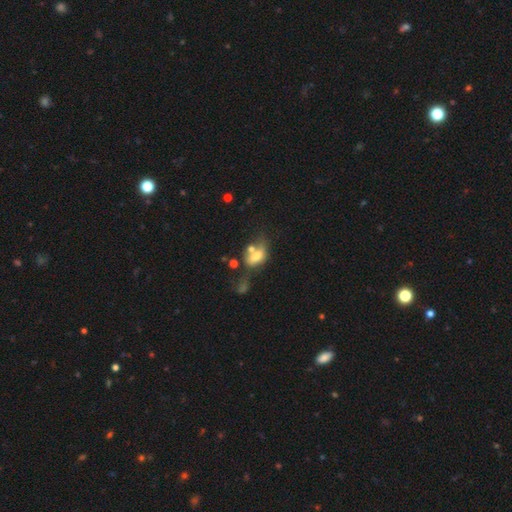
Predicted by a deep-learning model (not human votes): A smooth galaxy with no disk features (61%) that is in between round and cigar-shaped (82%).

Vote fractions:
- Smooth or featured? smooth: 61% / featured or disk: 28% / star or artifact: 11%
- How rounded? in between: 82% / round: 13% / cigar-shaped: 4%
- Merging? merger: 37% / none: 29% / minor disturbance: 18% / major disturbance: 16%